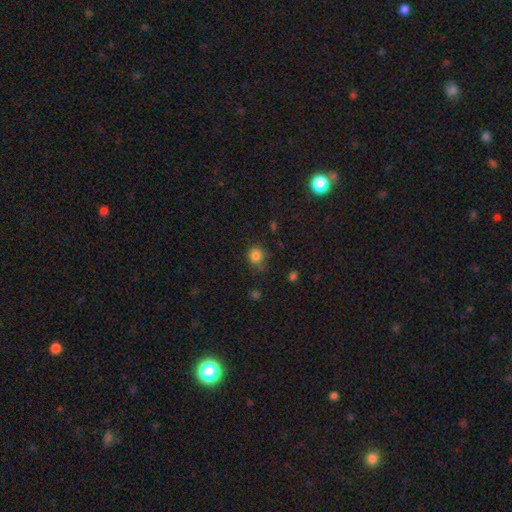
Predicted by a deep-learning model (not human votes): Smooth or featured?
  - smooth: 82% *
  - star or artifact: 13%
  - featured or disk: 5%
How rounded?
  - round: 84% *
  - in between: 15%
  - cigar-shaped: 1%
Merging?
  - none: 71% *
  - minor disturbance: 20%
  - major disturbance: 5%
  - merger: 3%